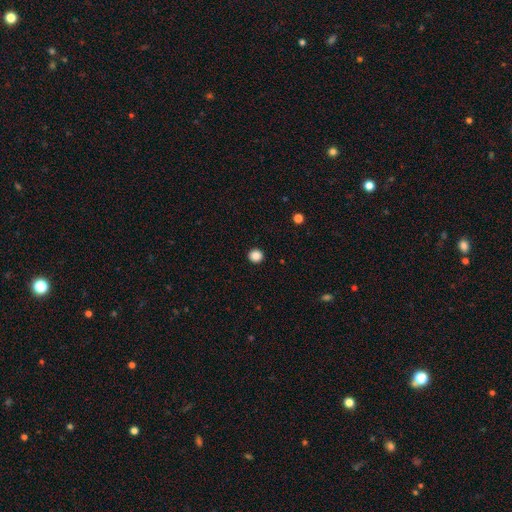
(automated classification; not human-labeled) This is clearly a smooth galaxy (87%). How rounded: clearly round (94%). Merging: clearly none (94%).